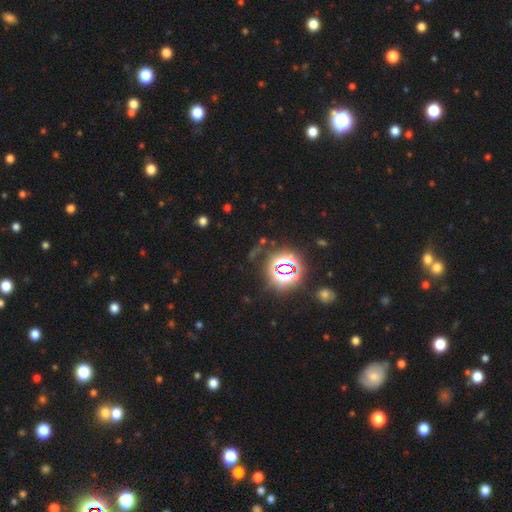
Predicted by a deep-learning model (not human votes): Smooth or featured? star or artifact (79%)